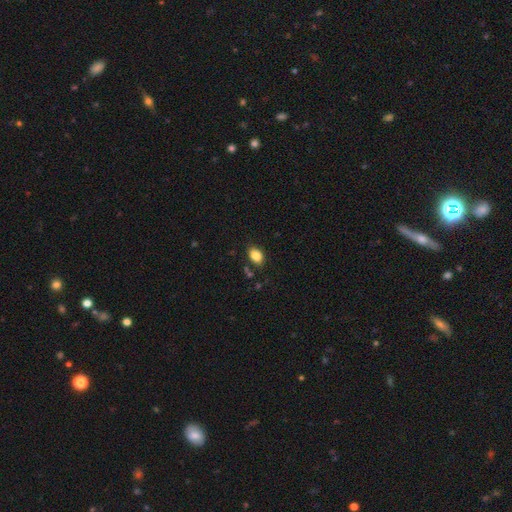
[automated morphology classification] Overall: smooth (85%). How rounded: in between (80%). Merging: none (80%).